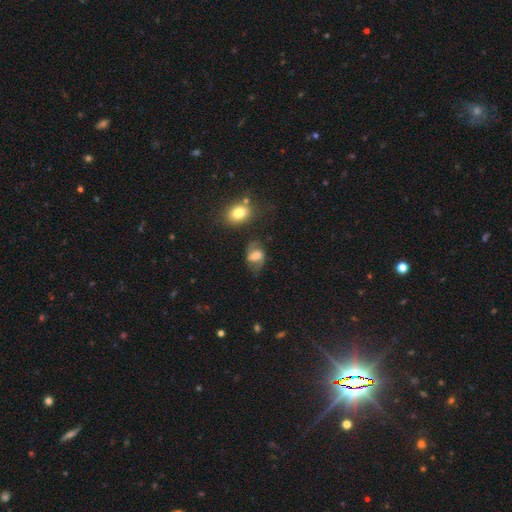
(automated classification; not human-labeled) A featured or disk galaxy (47%). Merging: none (60%).